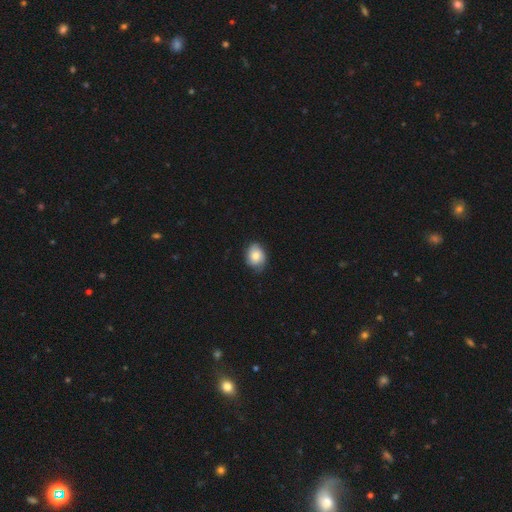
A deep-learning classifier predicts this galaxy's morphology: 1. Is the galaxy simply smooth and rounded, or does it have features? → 65% smooth, 27% featured or disk, 8% star or artifact.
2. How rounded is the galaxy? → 53% in between, 46% round, 1% cigar-shaped.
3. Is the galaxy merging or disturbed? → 71% none, 23% minor disturbance, 5% major disturbance, 1% merger.